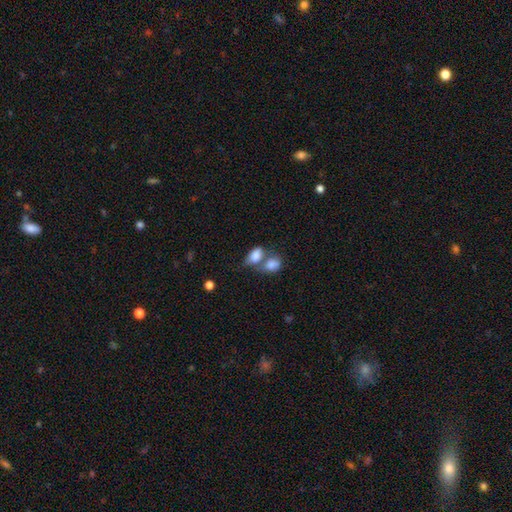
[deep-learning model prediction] Q: Smooth or featured?
A: smooth (82%); runner-up: featured or disk (10%)
Q: How rounded?
A: in between (87%); runner-up: round (11%)
Q: Merging?
A: merger (60%); runner-up: none (23%)